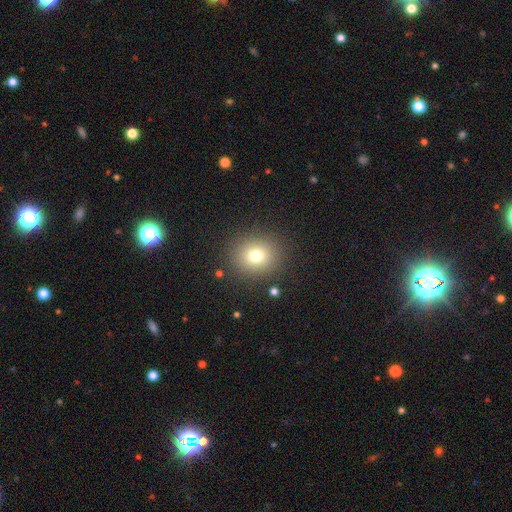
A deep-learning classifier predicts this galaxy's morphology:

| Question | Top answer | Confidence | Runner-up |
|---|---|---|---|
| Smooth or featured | smooth | 76% | star or artifact (14%) |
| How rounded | round | 80% | in between (19%) |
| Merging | none | 87% | minor disturbance (8%) |